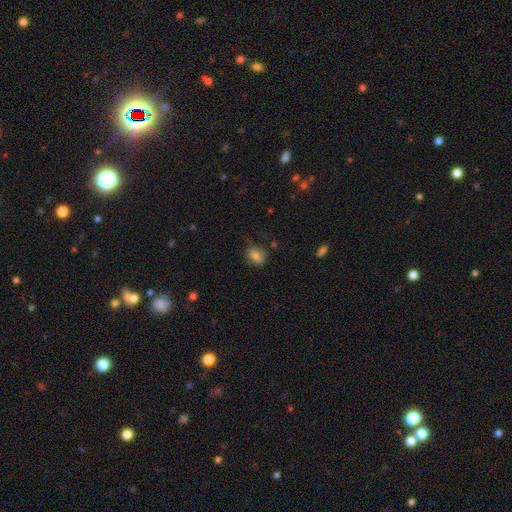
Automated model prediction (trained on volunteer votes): Overall: smooth (79%). How rounded: in between (53%; round 45%). Merging: none (72%).